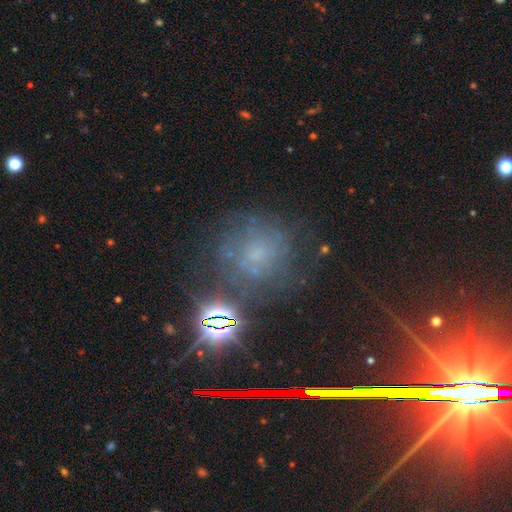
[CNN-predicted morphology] Overall: star or artifact (42%; featured or disk 32%).